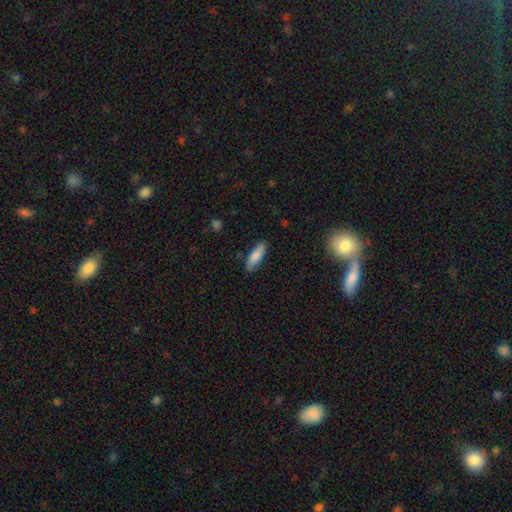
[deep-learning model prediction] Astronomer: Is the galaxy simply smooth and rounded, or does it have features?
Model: smooth — 82%.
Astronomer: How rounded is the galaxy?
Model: in between — 51% (runner-up: cigar-shaped, 48%).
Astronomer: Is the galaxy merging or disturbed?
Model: none — 84%.